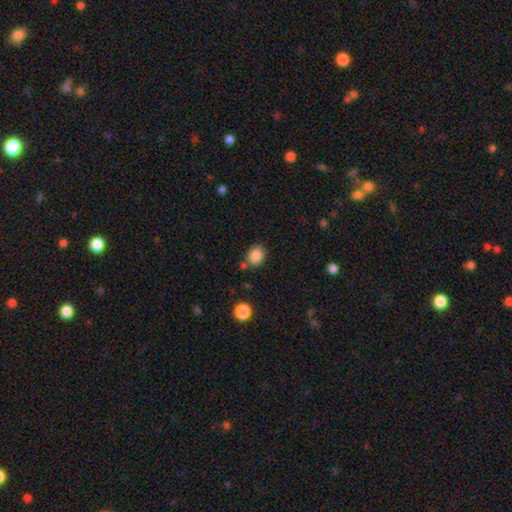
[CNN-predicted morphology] smooth-or-featured: smooth: 86% | star or artifact: 10% | featured or disk: 4%
  how-rounded: round: 58% | in between: 41% | cigar-shaped: 1%
  merging: none: 75% | minor disturbance: 13% | merger: 8% | major disturbance: 4%